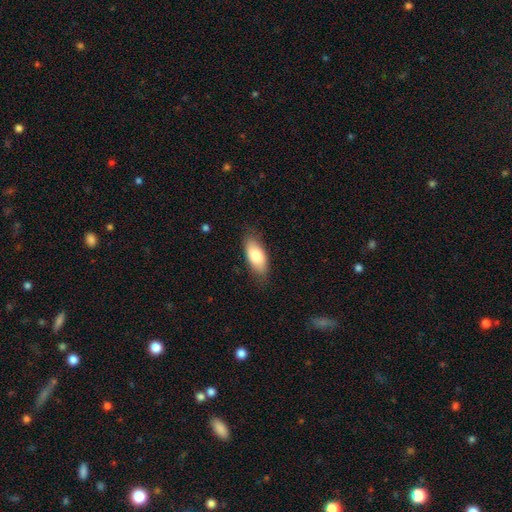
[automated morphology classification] This appears to be a smooth galaxy with no disk features (81%) that is in between round and cigar-shaped (86%). Merging: none (80%).